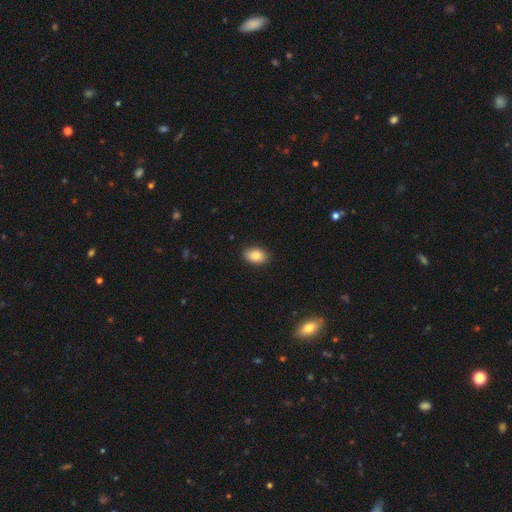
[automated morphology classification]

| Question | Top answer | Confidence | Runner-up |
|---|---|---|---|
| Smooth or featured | smooth | 87% | star or artifact (8%) |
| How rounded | in between | 87% | round (12%) |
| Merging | none | 89% | minor disturbance (9%) |